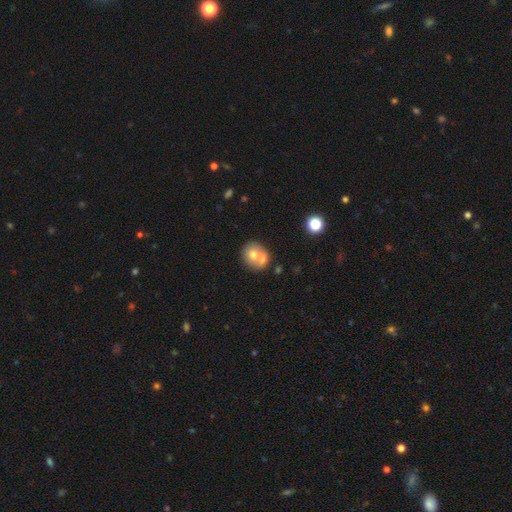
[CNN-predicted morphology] smooth 64%, featured or disk 26%, star or artifact 9%. Down the decision tree: how rounded — round (72%); merging — merger (50%).